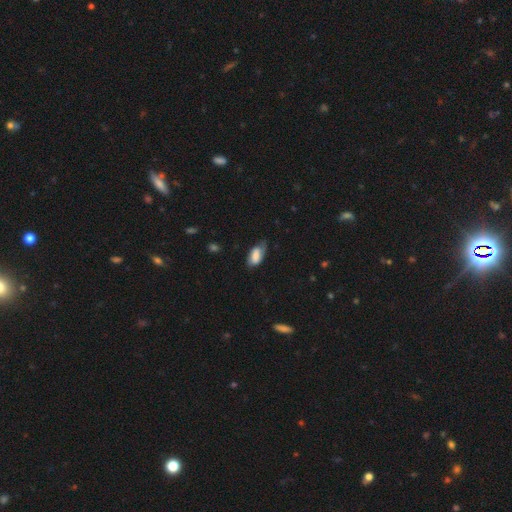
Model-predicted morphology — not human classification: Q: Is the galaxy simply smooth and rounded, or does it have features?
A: smooth — 69%.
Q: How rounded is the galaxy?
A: in between — 90%.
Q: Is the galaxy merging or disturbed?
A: none — 49%.